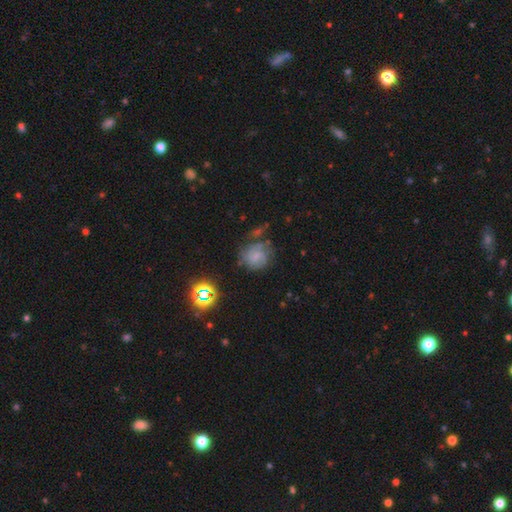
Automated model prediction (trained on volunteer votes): The model was most divided on "smooth or featured": featured or disk: 46%, smooth: 38%, star or artifact: 16%. More confident: merging — none (51%).